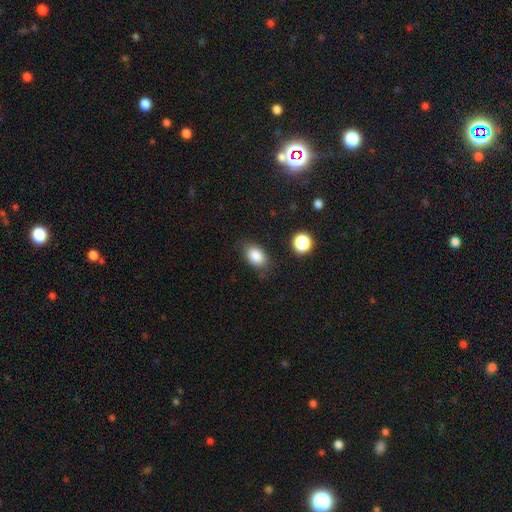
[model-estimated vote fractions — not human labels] Smooth or featured? smooth (85%)
How rounded? in between (85%)
Merging? none (78%)